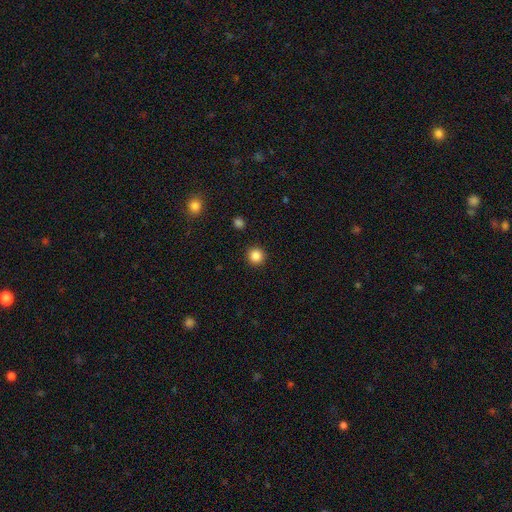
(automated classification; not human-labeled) Smooth or featured: smooth — 86% (star or artifact — 11%)
How rounded: round — 95% (in between — 5%)
Merging: none — 92% (minor disturbance — 5%)